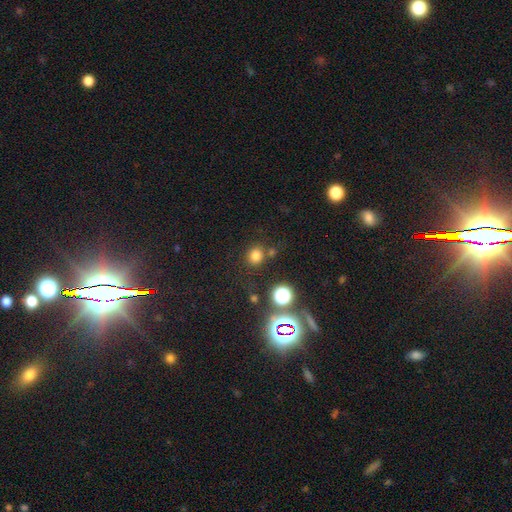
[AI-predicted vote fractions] Smooth or featured: smooth — 74% (star or artifact — 20%)
How rounded: round — 82% (in between — 17%)
Merging: none — 78% (minor disturbance — 10%)